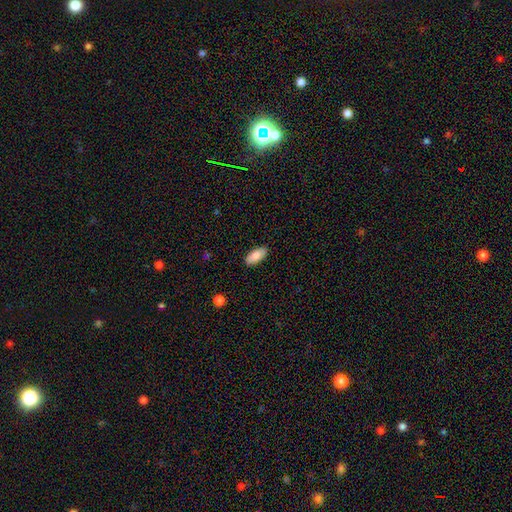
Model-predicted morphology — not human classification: type=smooth (87%); roundness=in between (89%); merging=none (88%).